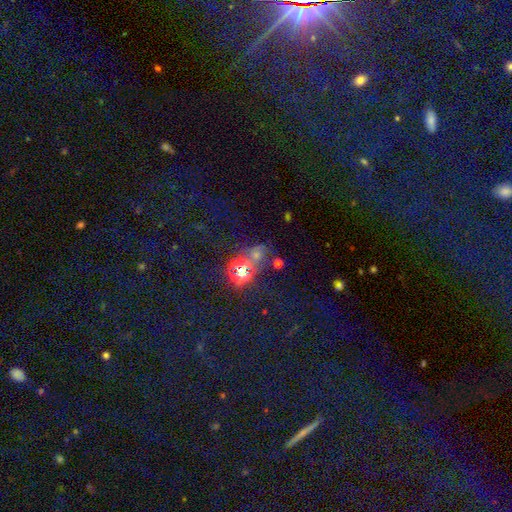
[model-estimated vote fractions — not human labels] Q: Smooth or featured?
A: star or artifact (54%); runner-up: smooth (33%)